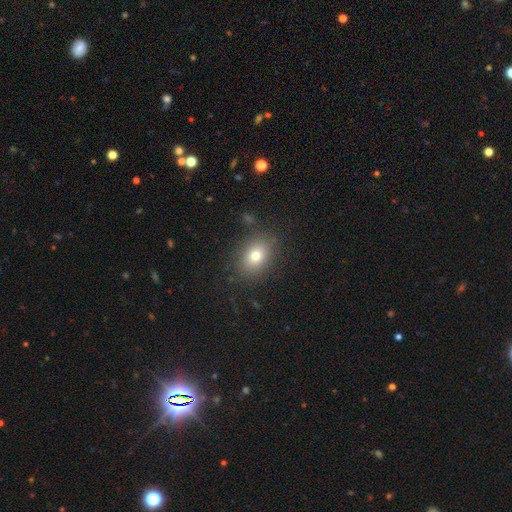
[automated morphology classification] Smooth or featured: smooth — 76% (featured or disk — 12%)
How rounded: in between — 67% (round — 32%)
Merging: none — 84% (minor disturbance — 10%)